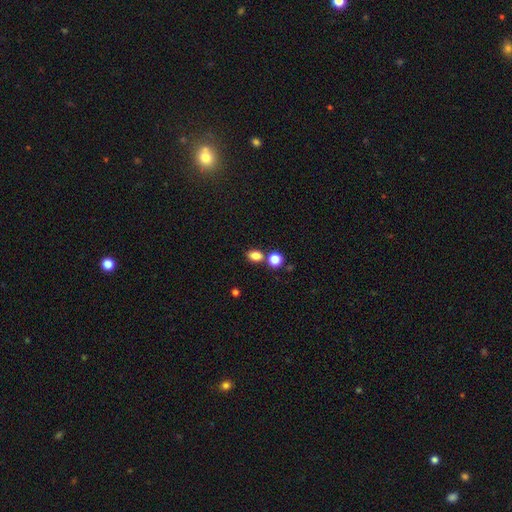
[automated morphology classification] This is clearly a smooth galaxy (83%). How rounded: likely in between (61%). Merging: likely none (67%).